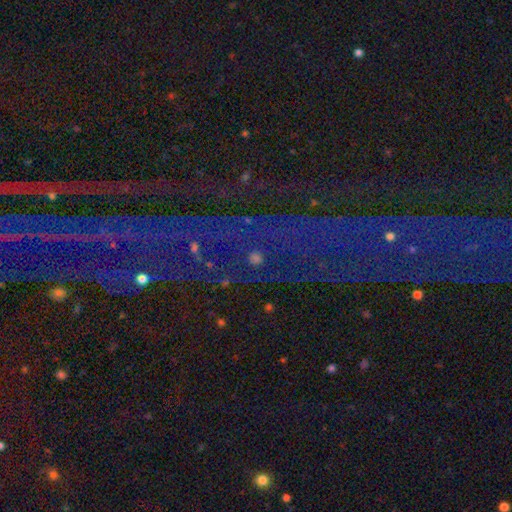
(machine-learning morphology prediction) Smooth or featured? Predicted: star or artifact (p=0.78).